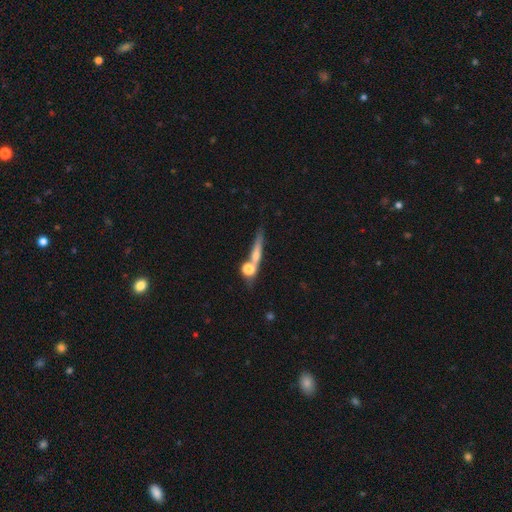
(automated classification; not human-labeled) smooth_or_featured: featured or disk (p=0.47) [alt: smooth p=0.41]
merging: none (p=0.60) [alt: merger p=0.22]